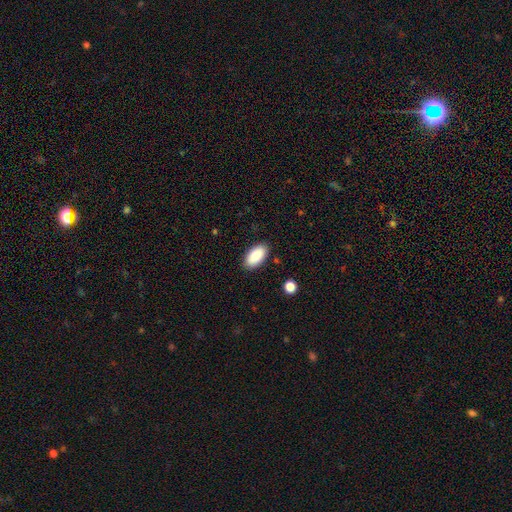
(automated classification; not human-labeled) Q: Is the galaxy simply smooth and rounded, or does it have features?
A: smooth — 88%.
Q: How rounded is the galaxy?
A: in between — 95%.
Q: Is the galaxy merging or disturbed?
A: none — 87%.